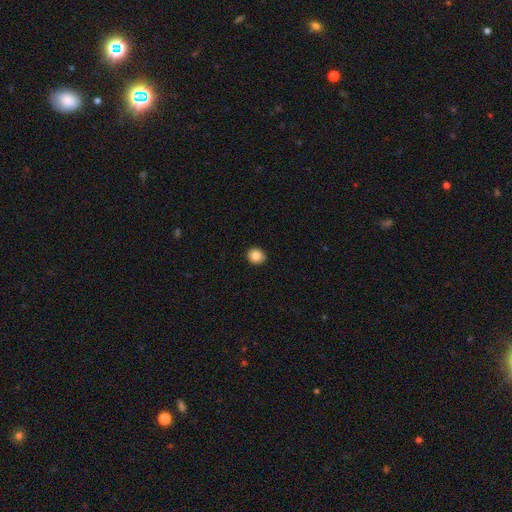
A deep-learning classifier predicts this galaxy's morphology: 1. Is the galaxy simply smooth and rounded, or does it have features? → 84% smooth, 9% star or artifact, 6% featured or disk.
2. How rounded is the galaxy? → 81% round, 18% in between, 1% cigar-shaped.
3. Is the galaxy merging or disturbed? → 91% none, 6% minor disturbance, 2% major disturbance, 1% merger.